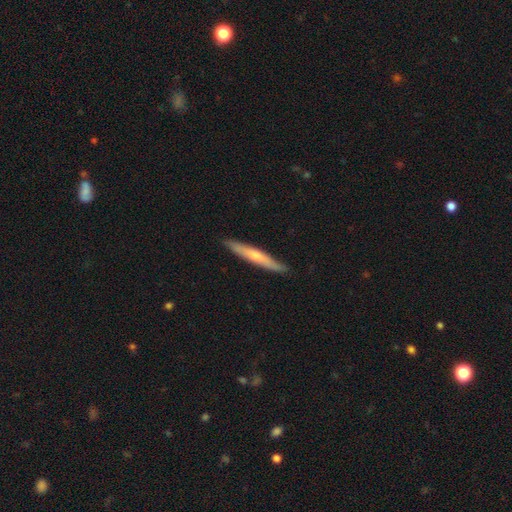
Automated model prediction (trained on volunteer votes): Q: Smooth or featured?
A: smooth (52%); runner-up: featured or disk (43%)
Q: How rounded?
A: cigar-shaped (94%); runner-up: in between (4%)
Q: Merging?
A: none (89%); runner-up: minor disturbance (9%)